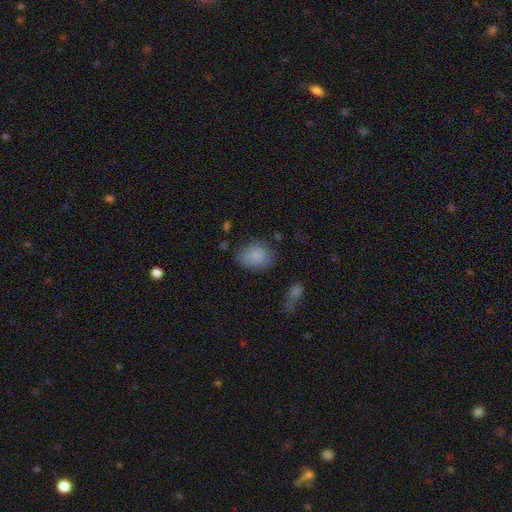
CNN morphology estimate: type=smooth (83%); roundness=in between (59%); merging=none (69%).